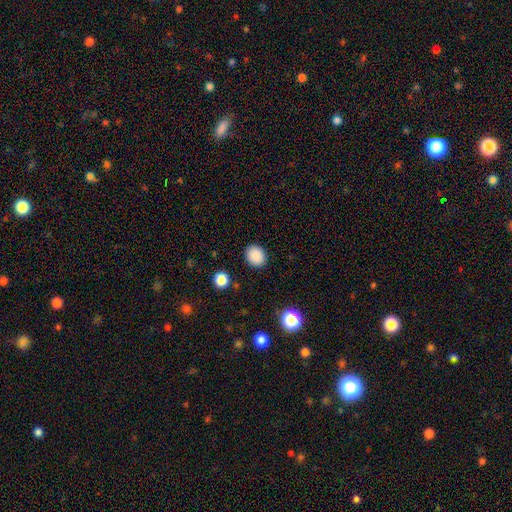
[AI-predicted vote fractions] A smooth galaxy with no disk features (88%) that is round (58%). Merging: none (89%).